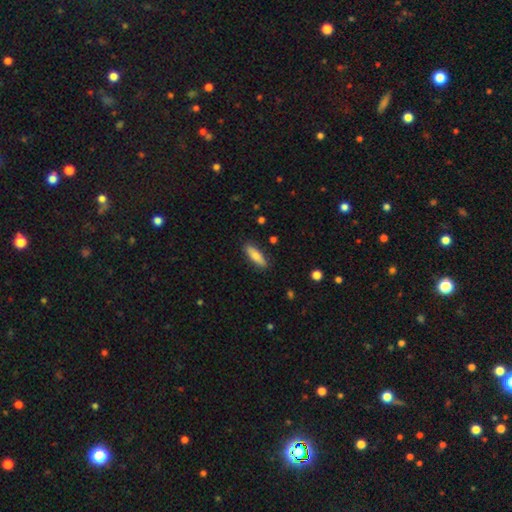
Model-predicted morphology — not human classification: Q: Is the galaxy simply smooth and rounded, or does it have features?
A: smooth — 76%.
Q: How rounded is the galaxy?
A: cigar-shaped — 49%, tied with in between.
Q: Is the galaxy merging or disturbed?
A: none — 86%.